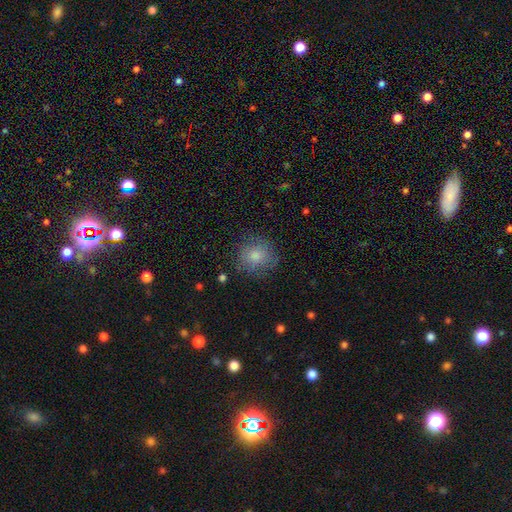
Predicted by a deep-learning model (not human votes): Q: Smooth or featured?
A: smooth (80%); runner-up: featured or disk (10%)
Q: How rounded?
A: round (88%); runner-up: in between (11%)
Q: Merging?
A: none (79%); runner-up: minor disturbance (15%)